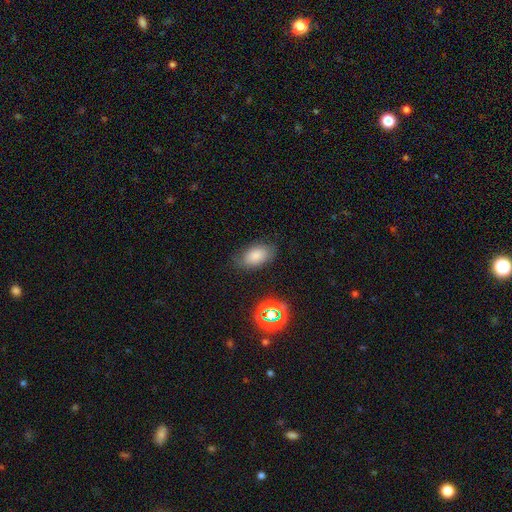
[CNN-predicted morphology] Overall: smooth (77%). How rounded: in between (92%). Merging: none (75%).